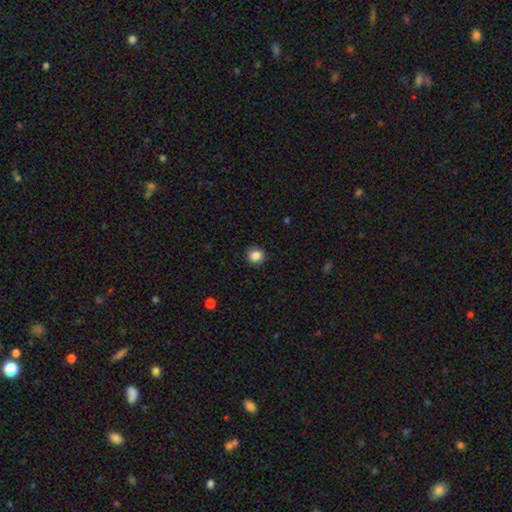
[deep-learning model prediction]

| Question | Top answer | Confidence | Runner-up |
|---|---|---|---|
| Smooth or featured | smooth | 85% | star or artifact (10%) |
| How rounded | round | 90% | in between (9%) |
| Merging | none | 91% | minor disturbance (6%) |